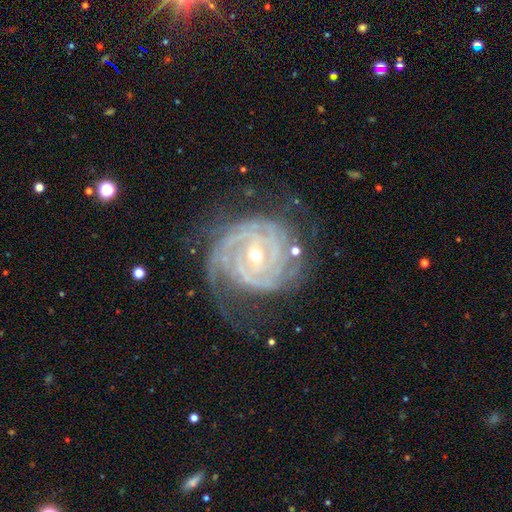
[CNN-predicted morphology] Q: Smooth or featured?
A: featured or disk (92%); runner-up: star or artifact (5%)
Q: Edge-on disk?
A: no (97%); runner-up: yes (3%)
Q: Bar?
A: no (47%); runner-up: weak (36%)
Q: Spiral arms?
A: yes (98%); runner-up: no (2%)
Q: Spiral winding?
A: tight (79%); runner-up: medium (18%)
Q: Spiral arm count?
A: can't tell (22%); runner-up: 4 (21%)
Q: Bulge size?
A: small (56%); runner-up: moderate (42%)
Q: Merging?
A: none (63%); runner-up: minor disturbance (22%)